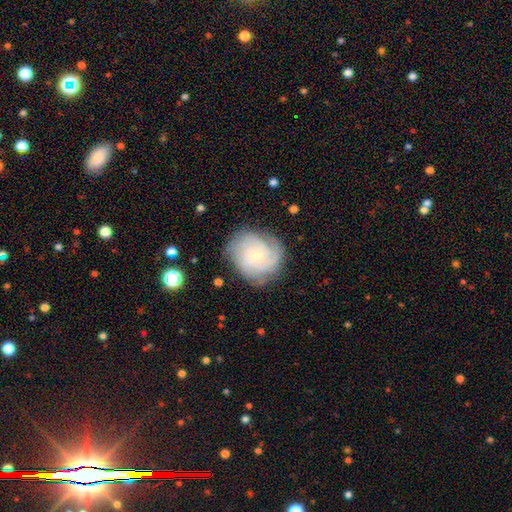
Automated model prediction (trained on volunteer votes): smooth_or_featured: featured or disk (p=0.72) [alt: smooth p=0.20]
disk_edge_on: no (p=0.98) [alt: yes p=0.02]
bar: no (p=0.79) [alt: weak p=0.18]
has_spiral_arms: yes (p=0.94) [alt: no p=0.06]
spiral_winding: tight (p=0.66) [alt: medium p=0.27]
spiral_arm_count: can't tell (p=0.35) [alt: 3 p=0.22]
bulge_size: small (p=0.79) [alt: moderate p=0.14]
merging: none (p=0.75) [alt: minor disturbance p=0.17]